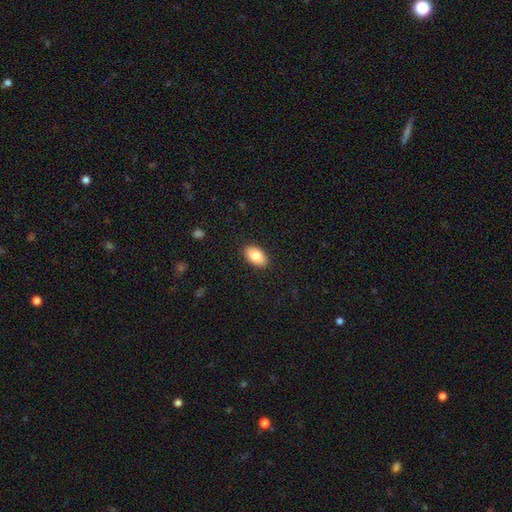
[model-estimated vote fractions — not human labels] The model was most divided on "smooth or featured": smooth: 84%, featured or disk: 9%, star or artifact: 7%. More confident: how rounded — in between (93%); merging — none (89%).